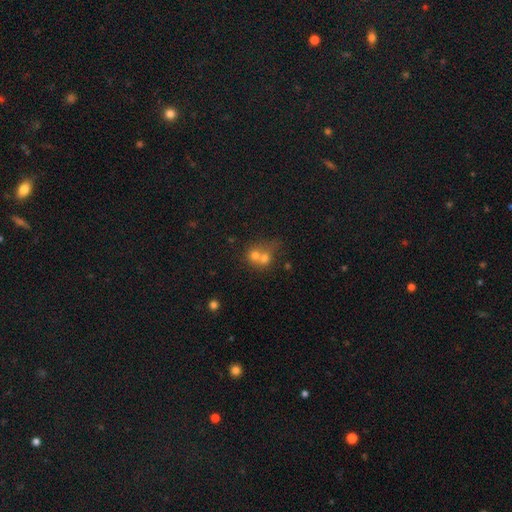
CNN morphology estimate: type=smooth (67%); roundness=round (76%); merging=merger (67%).